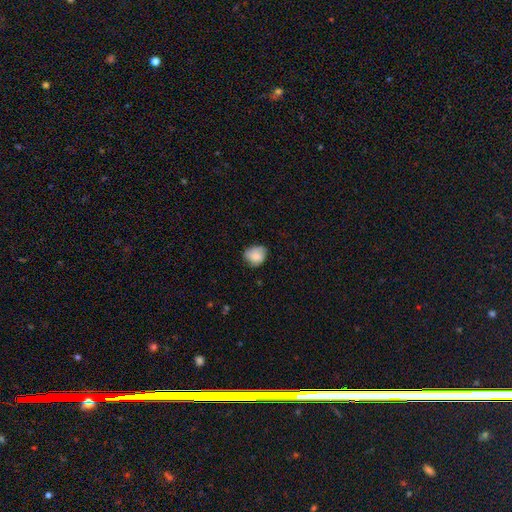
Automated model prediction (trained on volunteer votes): Smooth or featured? smooth (75%)
How rounded? round (63%)
Merging? none (65%)